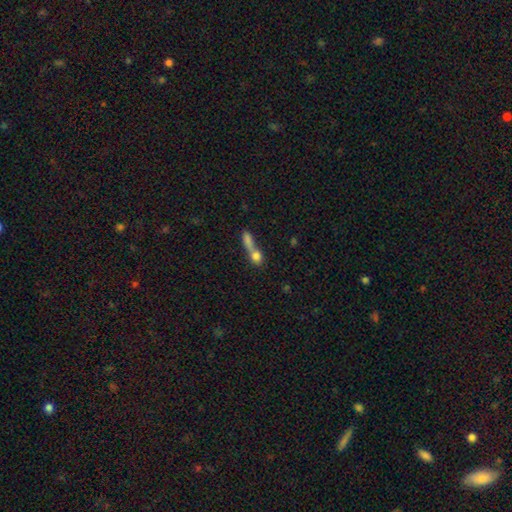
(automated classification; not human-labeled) The model was most divided on "how rounded": round: 45%, in between: 35%, cigar-shaped: 19%. More confident: smooth or featured — smooth (76%); merging — merger (64%).